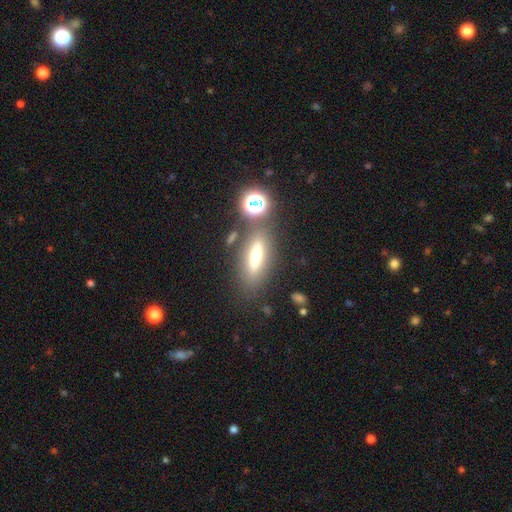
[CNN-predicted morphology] type=smooth (54%); roundness=cigar-shaped (62%); merging=none (68%).